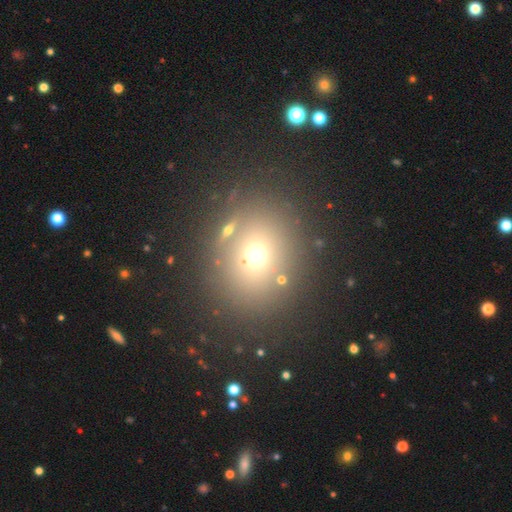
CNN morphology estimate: type=smooth (61%); roundness=round (73%); merging=none (82%).